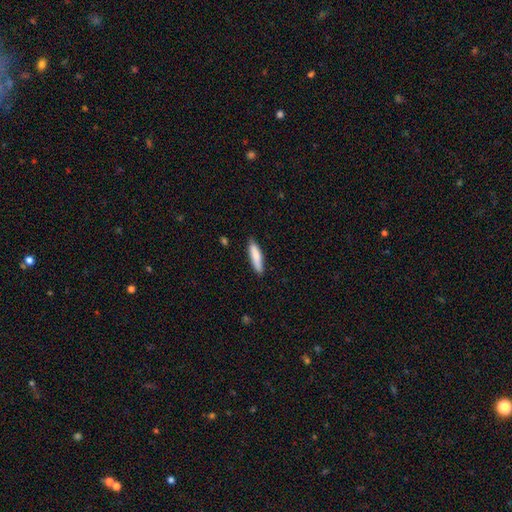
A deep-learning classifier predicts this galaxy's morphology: Smooth or featured: smooth — 83% (featured or disk — 11%)
How rounded: cigar-shaped — 75% (in between — 24%)
Merging: none — 85% (minor disturbance — 12%)